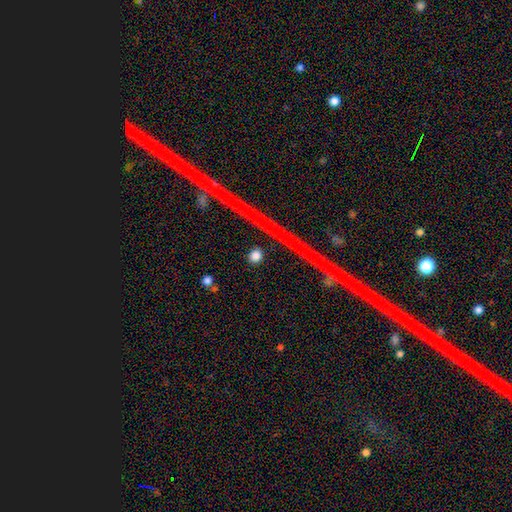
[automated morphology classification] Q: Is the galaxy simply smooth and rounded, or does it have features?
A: smooth — 69%.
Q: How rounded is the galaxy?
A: round — 81%.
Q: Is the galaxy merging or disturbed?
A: none — 90%.